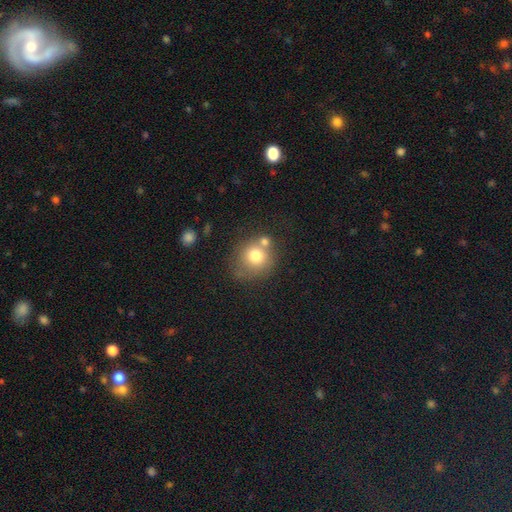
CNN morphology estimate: smooth_or_featured: smooth (p=0.75) [alt: featured or disk p=0.15]
how_rounded: round (p=0.81) [alt: in between p=0.18]
merging: none (p=0.50) [alt: merger p=0.27]